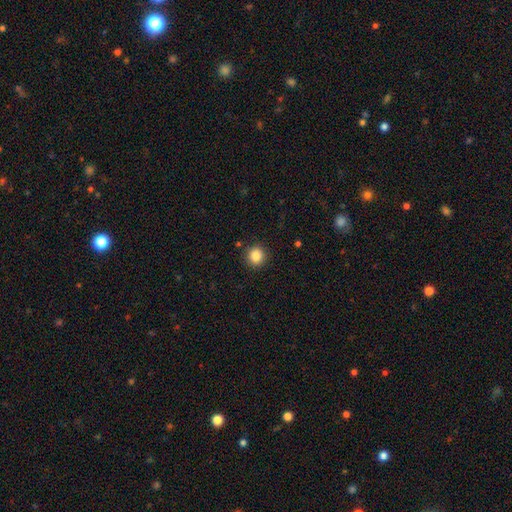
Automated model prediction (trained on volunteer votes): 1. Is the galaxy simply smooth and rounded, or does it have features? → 86% smooth, 10% star or artifact, 4% featured or disk.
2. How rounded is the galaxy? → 90% round, 10% in between, 1% cigar-shaped.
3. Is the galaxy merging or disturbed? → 90% none, 6% minor disturbance, 2% major disturbance, 1% merger.